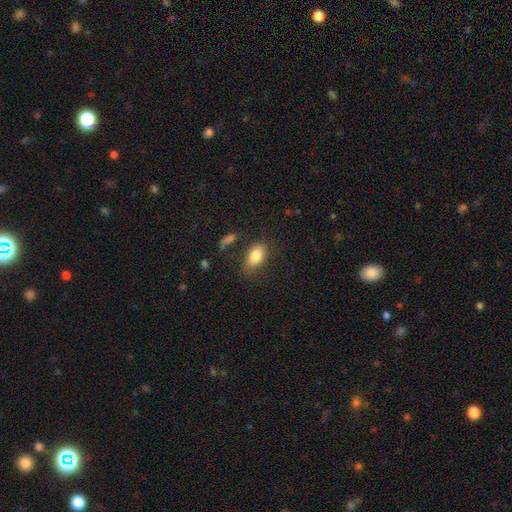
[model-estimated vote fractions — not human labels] Q: Smooth or featured?
A: smooth (83%); runner-up: featured or disk (9%)
Q: How rounded?
A: in between (89%); runner-up: round (8%)
Q: Merging?
A: none (73%); runner-up: minor disturbance (17%)